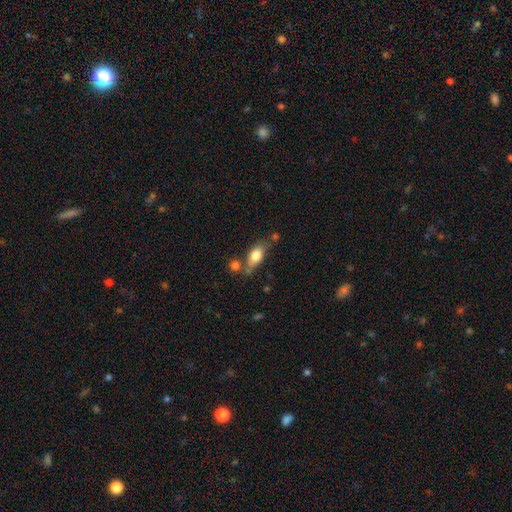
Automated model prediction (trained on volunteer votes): Smooth or featured? Predicted: smooth (p=0.73). How rounded? Predicted: in between (p=0.79). Merging? Predicted: none (p=0.55).